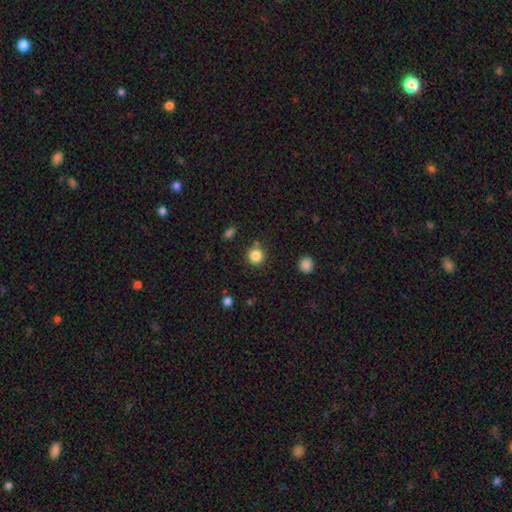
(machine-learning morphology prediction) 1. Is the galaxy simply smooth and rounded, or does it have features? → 85% smooth, 11% star or artifact, 4% featured or disk.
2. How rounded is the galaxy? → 93% round, 6% in between, 1% cigar-shaped.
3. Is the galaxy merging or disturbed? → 82% none, 9% minor disturbance, 6% merger, 3% major disturbance.